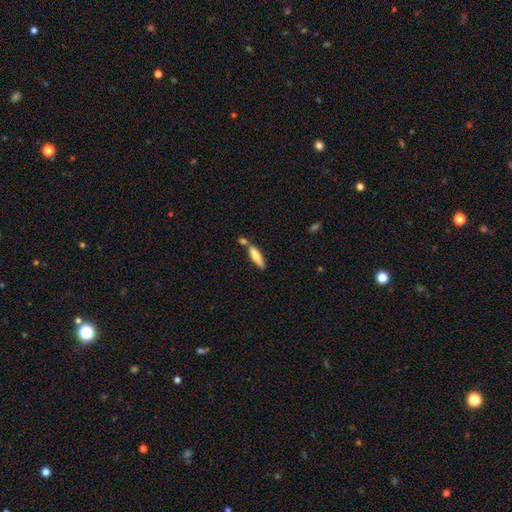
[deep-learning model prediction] smooth 73%, featured or disk 21%, star or artifact 6%. Down the decision tree: how rounded — cigar-shaped (64%); merging — none (62%).